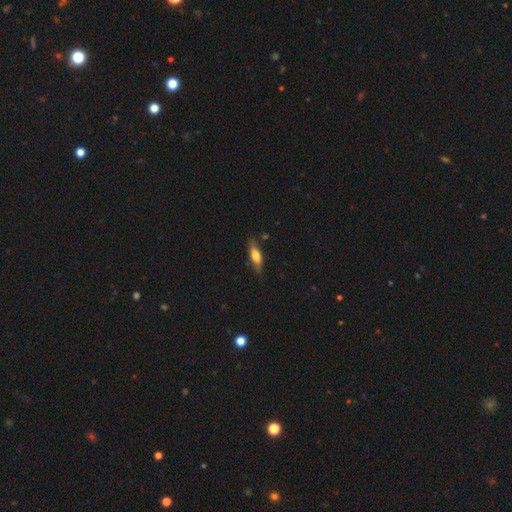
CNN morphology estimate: Overall: smooth (59%; featured or disk 34%). How rounded: cigar-shaped (50%; in between 48%). Merging: none (77%).